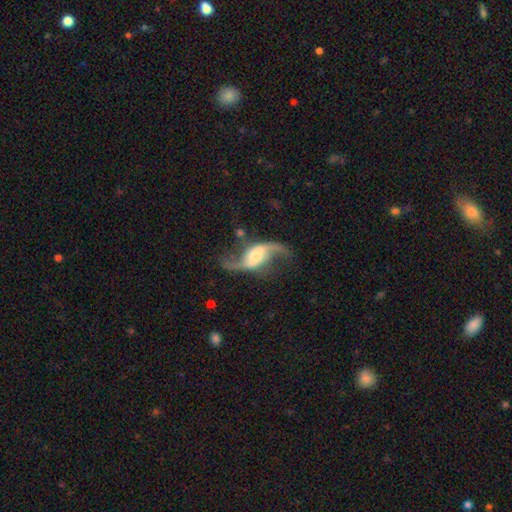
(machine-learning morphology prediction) This appears to be a featured or disk galaxy (89%) with a weak bar (41%), 2 (94%) loose (87%) spiral arms (97%) and a moderate central bulge (34%, tied with small). Merging: none (71%).